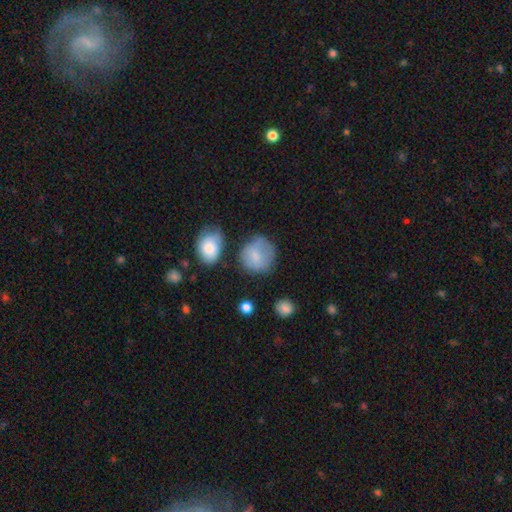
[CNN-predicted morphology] A smooth galaxy with no disk features (75%) that is round (78%). Merging: none (55%).